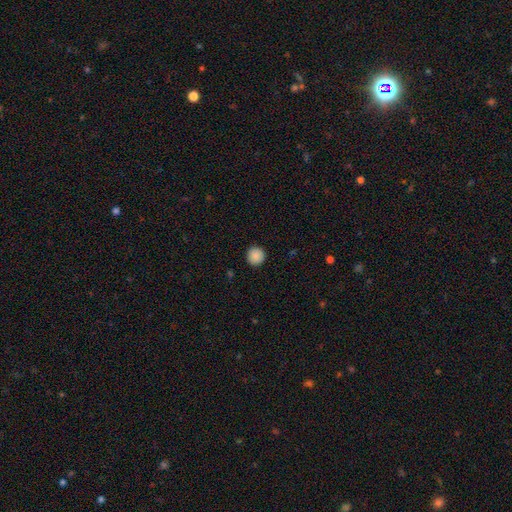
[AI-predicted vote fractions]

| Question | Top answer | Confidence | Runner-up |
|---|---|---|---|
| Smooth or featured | smooth | 89% | star or artifact (8%) |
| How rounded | round | 94% | in between (5%) |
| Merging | none | 92% | minor disturbance (5%) |